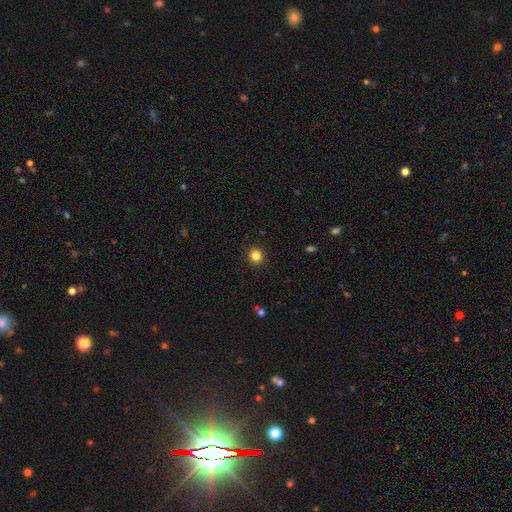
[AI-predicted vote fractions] This is clearly a smooth galaxy (83%). How rounded: clearly round (91%). Merging: clearly none (93%).